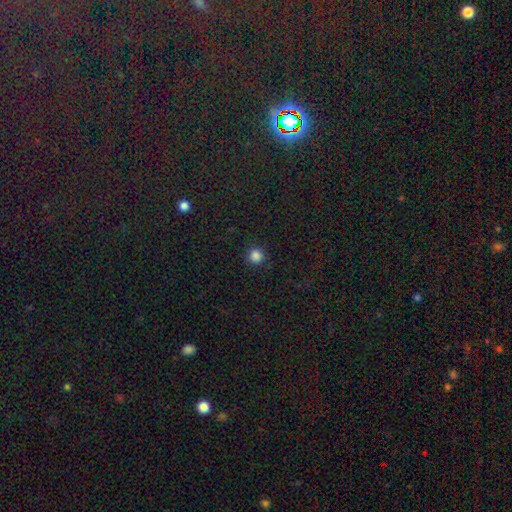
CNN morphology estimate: Q: Smooth or featured?
A: smooth (85%); runner-up: star or artifact (12%)
Q: How rounded?
A: round (94%); runner-up: in between (5%)
Q: Merging?
A: none (90%); runner-up: minor disturbance (7%)